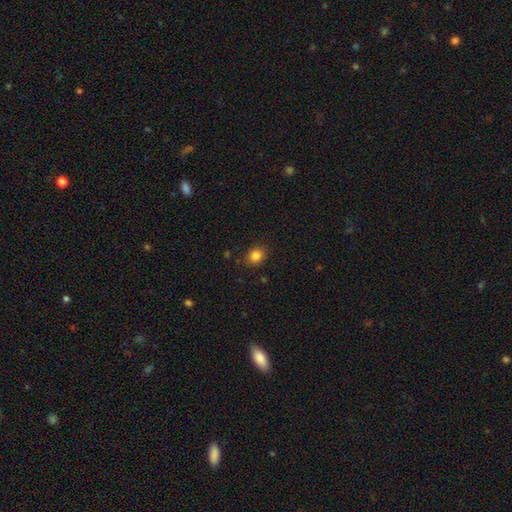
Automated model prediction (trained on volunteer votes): A smooth galaxy with no disk features (84%) that is round (61%).

Vote fractions:
- Smooth or featured? smooth: 84% / star or artifact: 11% / featured or disk: 5%
- How rounded? round: 61% / in between: 38% / cigar-shaped: 1%
- Merging? none: 86% / minor disturbance: 10% / major disturbance: 3% / merger: 1%